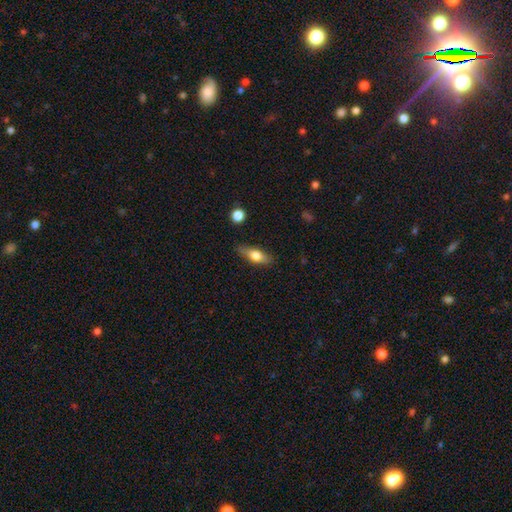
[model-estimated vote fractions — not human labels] Smooth or featured?
  - smooth: 65% *
  - featured or disk: 28%
  - star or artifact: 7%
How rounded?
  - in between: 61% *
  - cigar-shaped: 34%
  - round: 5%
Merging?
  - none: 81% *
  - minor disturbance: 14%
  - major disturbance: 3%
  - merger: 2%